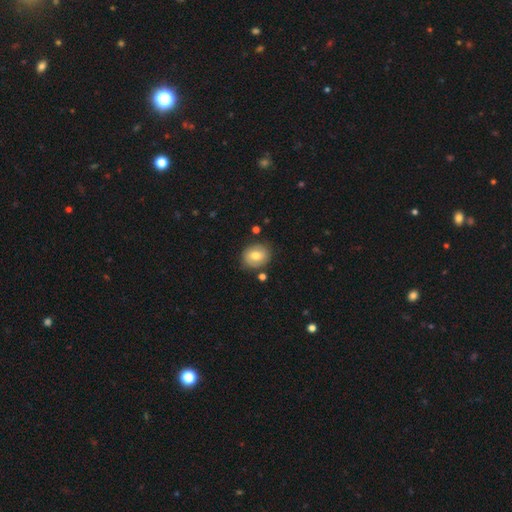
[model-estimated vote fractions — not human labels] A smooth galaxy with no disk features (70%) that is round (69%).

Vote fractions:
- Smooth or featured? smooth: 70% / featured or disk: 21% / star or artifact: 8%
- How rounded? round: 69% / in between: 30% / cigar-shaped: 1%
- Merging? none: 82% / minor disturbance: 12% / merger: 3% / major disturbance: 3%